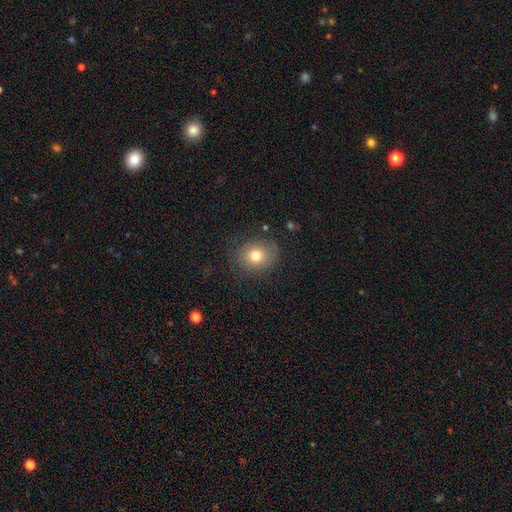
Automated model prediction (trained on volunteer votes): Smooth or featured? Predicted: smooth (p=0.76). How rounded? Predicted: round (p=0.63). Merging? Predicted: none (p=0.77).